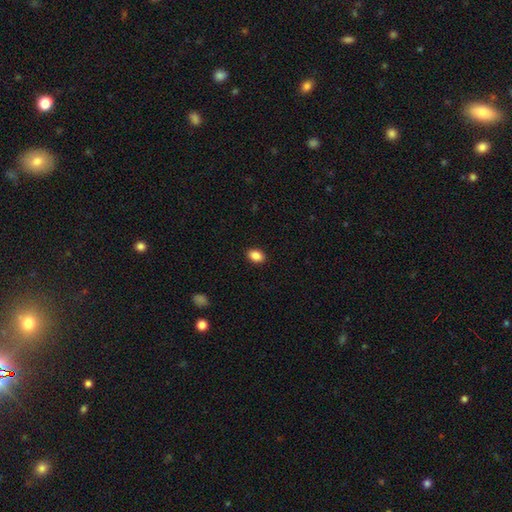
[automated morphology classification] Smooth or featured: smooth — 88% (star or artifact — 8%)
How rounded: in between — 79% (round — 19%)
Merging: none — 90% (minor disturbance — 7%)